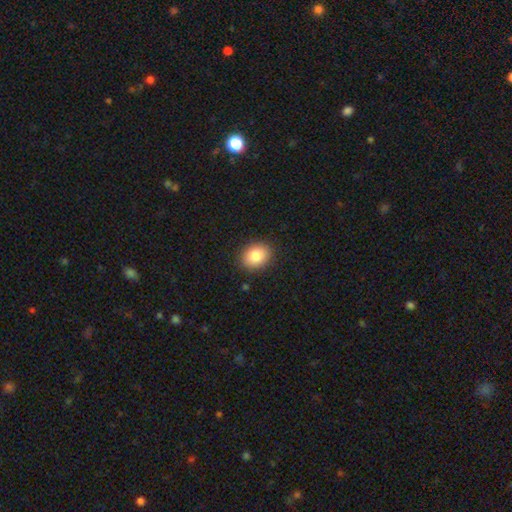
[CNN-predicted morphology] This is clearly a smooth galaxy (85%). How rounded: possibly in between (51%). Merging: clearly none (88%).